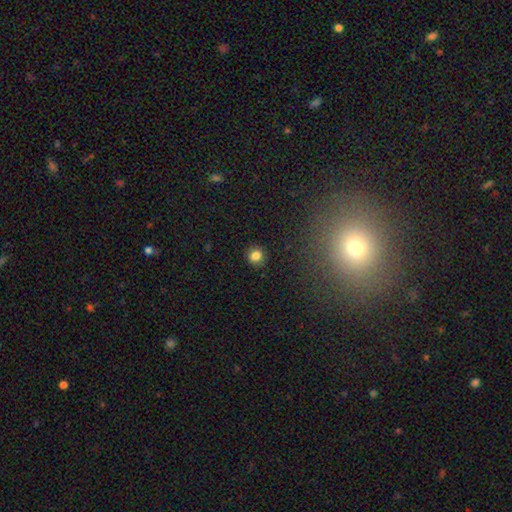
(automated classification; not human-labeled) Overall: smooth (82%). How rounded: round (91%). Merging: none (91%).